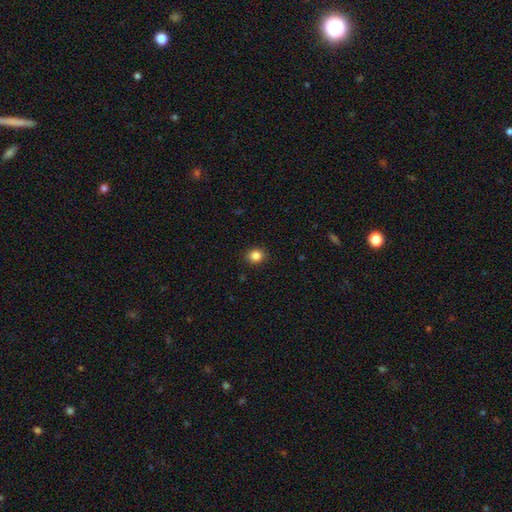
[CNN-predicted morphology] Overall: smooth (85%). How rounded: round (81%). Merging: none (90%).